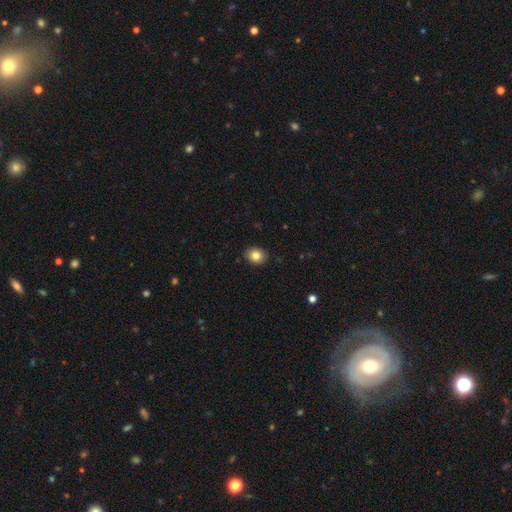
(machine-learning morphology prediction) Q: Smooth or featured?
A: smooth (83%); runner-up: star or artifact (10%)
Q: How rounded?
A: round (56%); runner-up: in between (43%)
Q: Merging?
A: none (89%); runner-up: minor disturbance (8%)